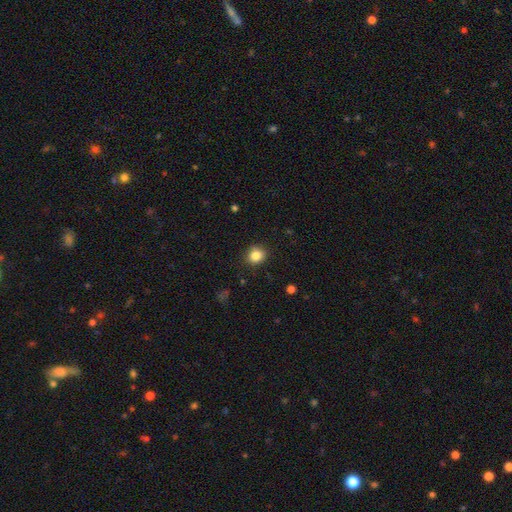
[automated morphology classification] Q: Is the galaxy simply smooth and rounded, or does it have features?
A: smooth — 84%.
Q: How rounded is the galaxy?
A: round — 72%.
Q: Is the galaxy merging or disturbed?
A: none — 86%.